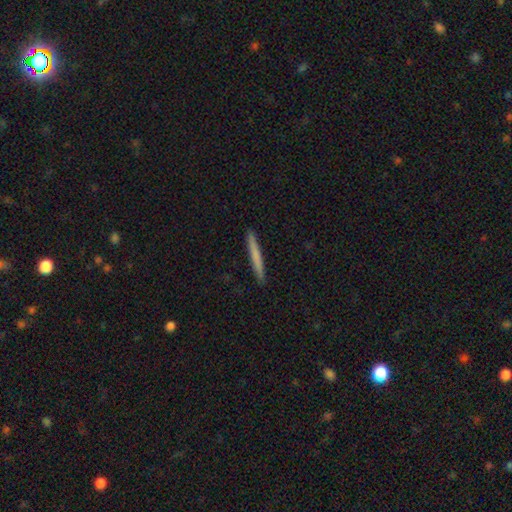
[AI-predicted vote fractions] This appears to be a smooth galaxy with no disk features (69%) that is cigar-shaped (97%). Merging: none (92%).